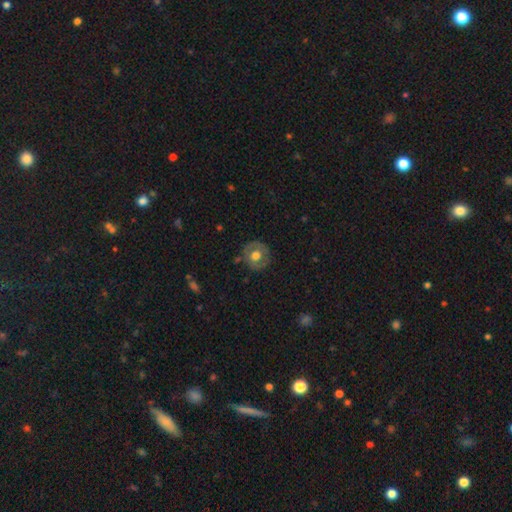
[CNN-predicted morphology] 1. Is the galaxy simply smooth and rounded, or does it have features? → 55% smooth, 38% featured or disk, 7% star or artifact.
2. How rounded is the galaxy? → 90% round, 9% in between, 1% cigar-shaped.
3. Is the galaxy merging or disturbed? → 82% none, 13% minor disturbance, 4% major disturbance, 2% merger.